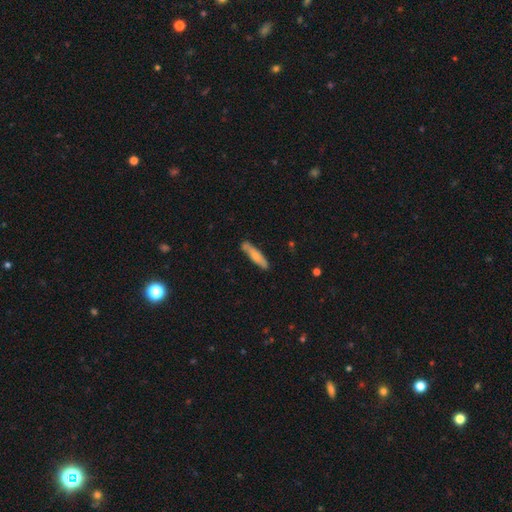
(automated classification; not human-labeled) Smooth or featured: smooth — 69% (featured or disk — 25%)
How rounded: cigar-shaped — 81% (in between — 17%)
Merging: none — 77% (minor disturbance — 16%)